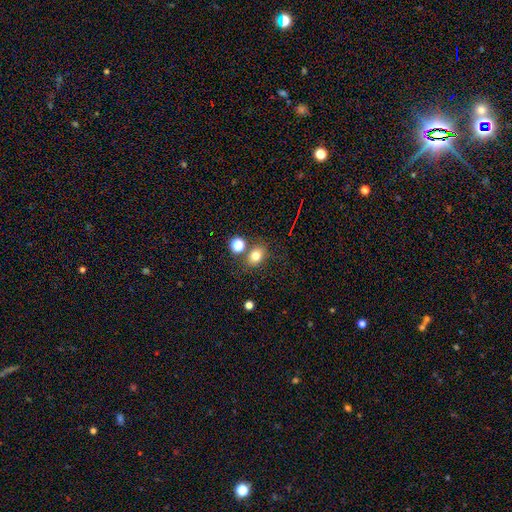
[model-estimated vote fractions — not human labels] A smooth galaxy with no disk features (77%) that is in between round and cigar-shaped (57%). Merging: none (69%).